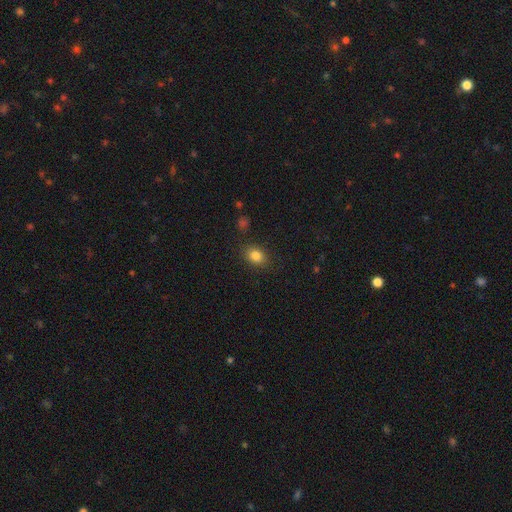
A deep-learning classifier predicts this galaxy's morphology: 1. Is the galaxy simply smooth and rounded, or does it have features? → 83% smooth, 10% star or artifact, 6% featured or disk.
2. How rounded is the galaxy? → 65% in between, 34% round, 1% cigar-shaped.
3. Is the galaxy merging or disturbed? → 85% none, 10% minor disturbance, 3% major disturbance, 2% merger.